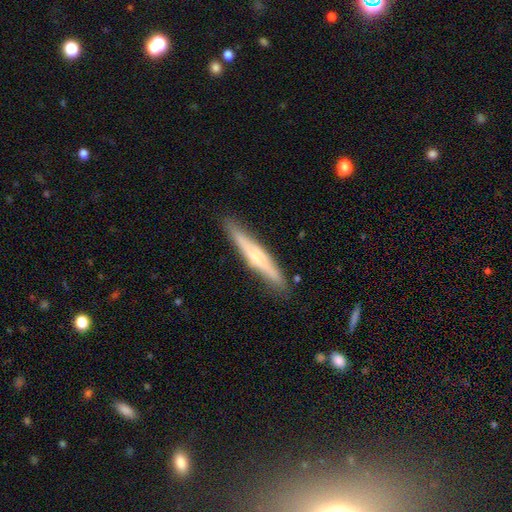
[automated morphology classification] Smooth or featured? Predicted: featured or disk (p=0.51). Edge-on disk? Predicted: yes (p=0.93). Merging? Predicted: none (p=0.87).